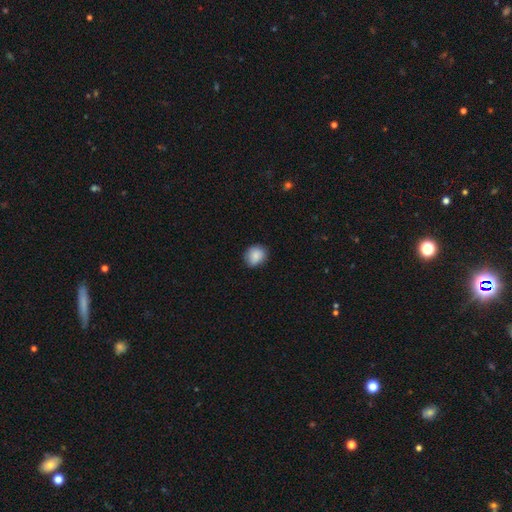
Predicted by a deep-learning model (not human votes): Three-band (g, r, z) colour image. It shows a smooth galaxy with no disk features (87%) that is round (64%). Merging: none (78%).